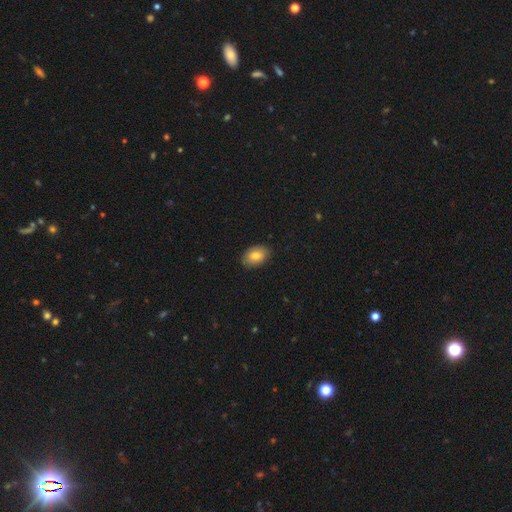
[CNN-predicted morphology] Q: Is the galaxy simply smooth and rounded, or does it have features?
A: smooth — 80%.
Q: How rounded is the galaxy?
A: in between — 85%.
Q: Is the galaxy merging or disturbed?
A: none — 87%.